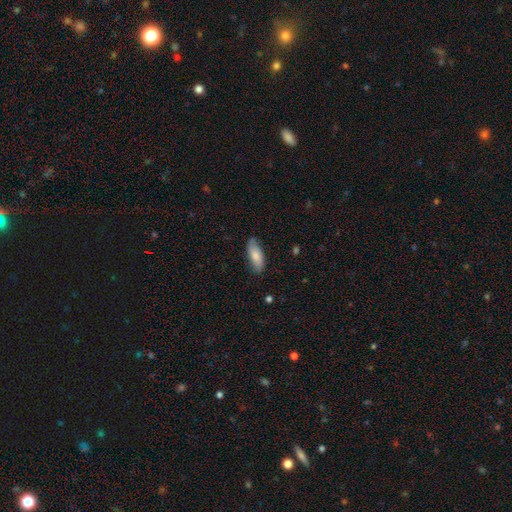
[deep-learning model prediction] Smooth or featured? smooth (75%)
How rounded? in between (79%)
Merging? none (79%)